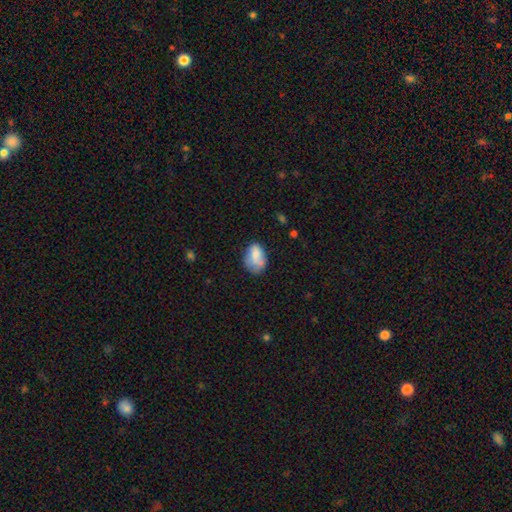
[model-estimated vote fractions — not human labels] Smooth or featured?
  - smooth: 75% *
  - featured or disk: 17%
  - star or artifact: 8%
How rounded?
  - in between: 82% *
  - round: 17%
  - cigar-shaped: 1%
Merging?
  - none: 51% *
  - minor disturbance: 30%
  - major disturbance: 11%
  - merger: 8%